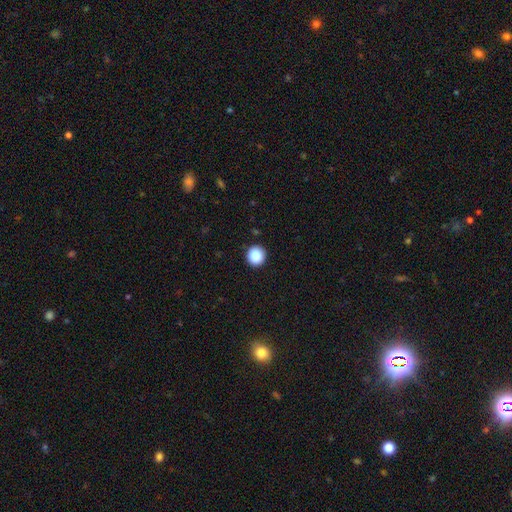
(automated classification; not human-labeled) Smooth or featured? Predicted: smooth (p=0.89). How rounded? Predicted: round (p=0.95). Merging? Predicted: none (p=0.92).